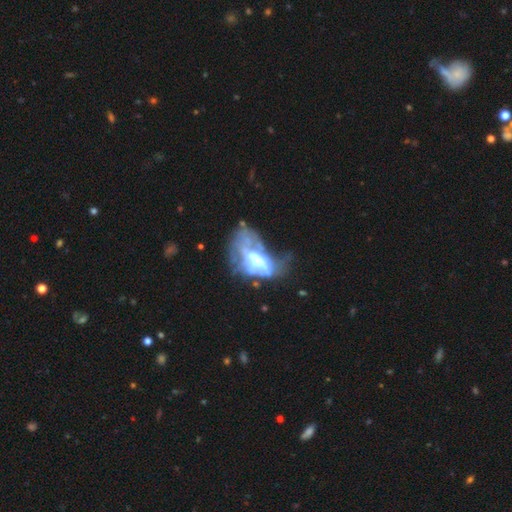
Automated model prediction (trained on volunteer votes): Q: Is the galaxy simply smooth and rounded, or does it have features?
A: featured or disk — 65%.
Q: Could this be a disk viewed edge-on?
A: no — 92%.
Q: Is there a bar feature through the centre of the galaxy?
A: no — 65%.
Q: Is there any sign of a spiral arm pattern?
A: no — 79%.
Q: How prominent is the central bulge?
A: moderate — 41%.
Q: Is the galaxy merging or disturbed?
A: major disturbance — 48%.